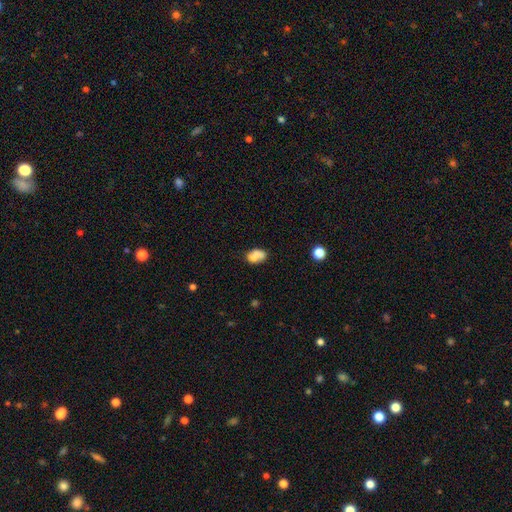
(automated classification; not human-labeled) Smooth or featured: smooth — 73% (featured or disk — 18%)
How rounded: in between — 83% (round — 15%)
Merging: none — 48% (merger — 27%)